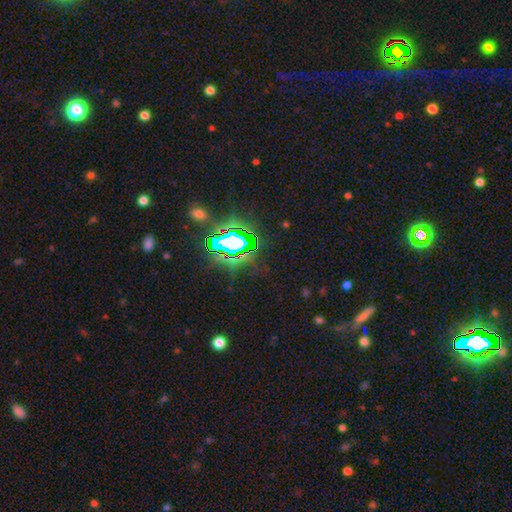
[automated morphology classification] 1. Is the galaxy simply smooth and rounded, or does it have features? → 81% star or artifact, 11% smooth, 8% featured or disk.